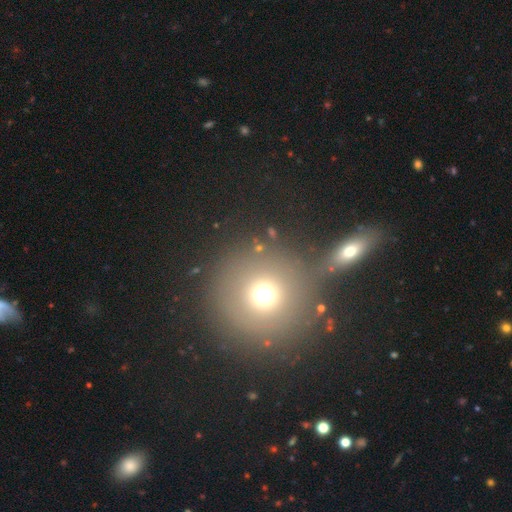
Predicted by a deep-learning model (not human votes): smooth-or-featured: smooth: 59% | star or artifact: 24% | featured or disk: 17%
  how-rounded: round: 93% | in between: 6% | cigar-shaped: 1%
  merging: none: 71% | merger: 15% | minor disturbance: 9% | major disturbance: 5%